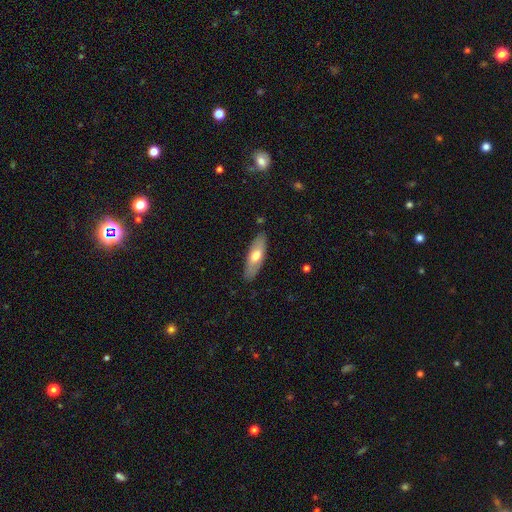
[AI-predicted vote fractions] smooth-or-featured: smooth: 60% | featured or disk: 34% | star or artifact: 6%
  how-rounded: in between: 62% | cigar-shaped: 35% | round: 2%
  merging: none: 85% | minor disturbance: 11% | major disturbance: 2% | merger: 1%